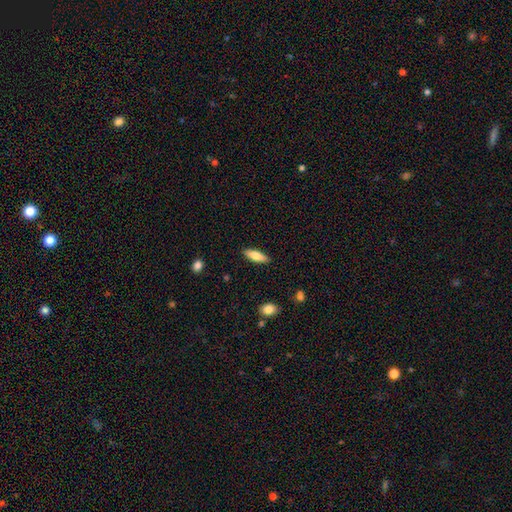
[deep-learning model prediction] A smooth galaxy with no disk features (70%) that is in between round and cigar-shaped (50%). Merging: none (88%).